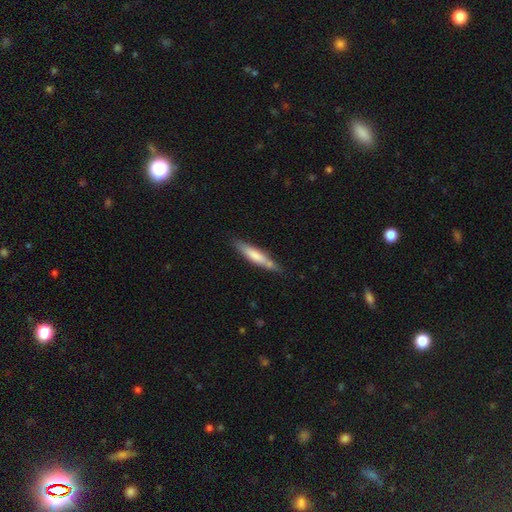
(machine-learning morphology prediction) Smooth or featured?
  - smooth: 66% *
  - featured or disk: 28%
  - star or artifact: 6%
How rounded?
  - cigar-shaped: 85% *
  - in between: 14%
  - round: 1%
Merging?
  - none: 72% *
  - minor disturbance: 18%
  - merger: 7%
  - major disturbance: 4%